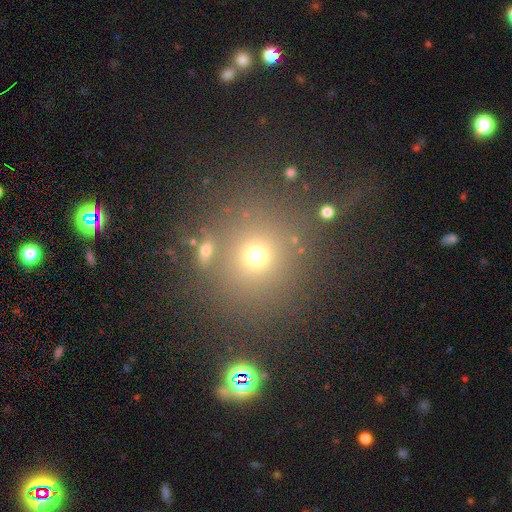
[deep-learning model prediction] This appears to be a smooth galaxy with no disk features (67%) that is round (85%). Merging: none (76%).